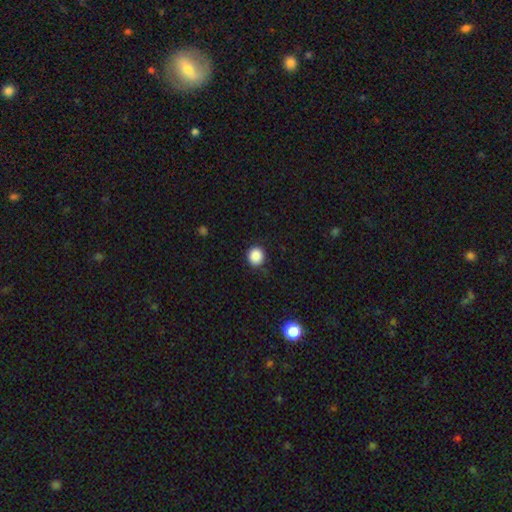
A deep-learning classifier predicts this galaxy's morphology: Smooth or featured?
  - smooth: 88% *
  - star or artifact: 9%
  - featured or disk: 3%
How rounded?
  - round: 86% *
  - in between: 13%
  - cigar-shaped: 1%
Merging?
  - none: 86% *
  - minor disturbance: 10%
  - major disturbance: 3%
  - merger: 1%